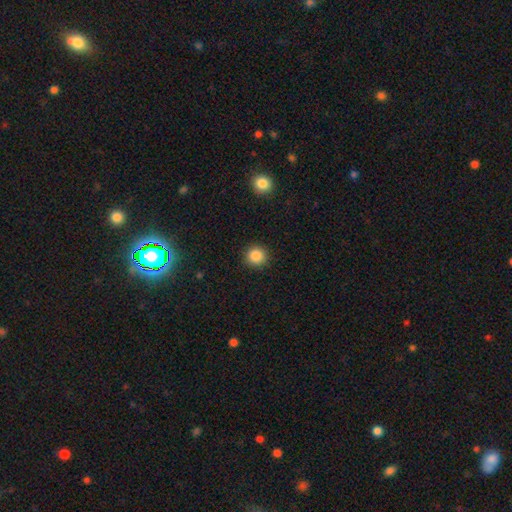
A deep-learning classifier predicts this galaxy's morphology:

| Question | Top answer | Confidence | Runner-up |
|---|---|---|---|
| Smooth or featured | smooth | 87% | star or artifact (10%) |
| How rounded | round | 93% | in between (6%) |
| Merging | none | 91% | minor disturbance (6%) |